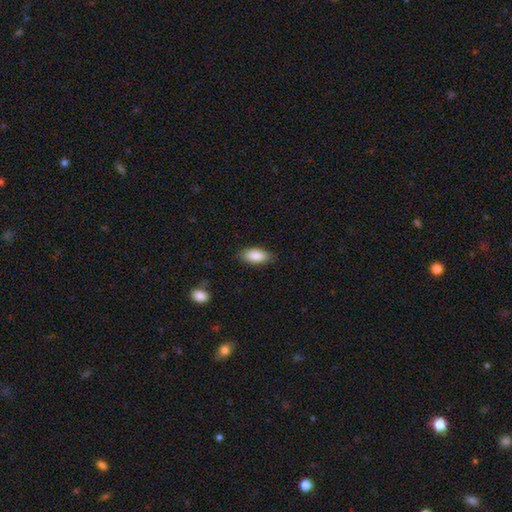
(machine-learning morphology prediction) This appears to be a smooth galaxy with no disk features (87%) that is in between round and cigar-shaped (90%). Merging: none (83%).